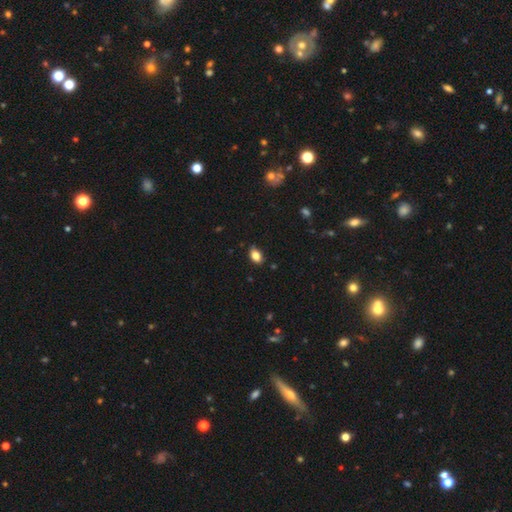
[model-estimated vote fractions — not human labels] The model was most divided on "merging": none: 81%, minor disturbance: 15%, major disturbance: 2%, merger: 1%. More confident: how rounded — in between (83%); smooth or featured — smooth (82%).